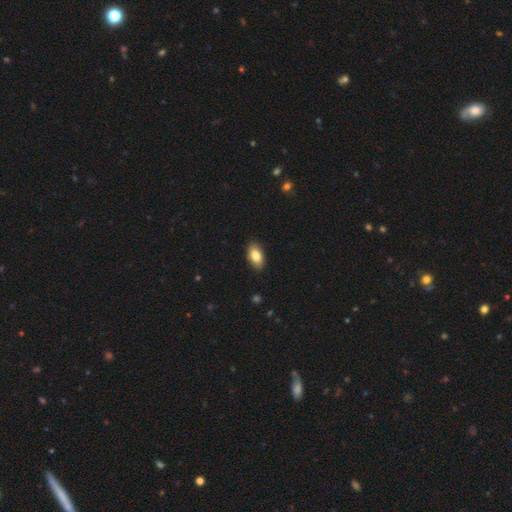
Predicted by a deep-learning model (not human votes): smooth 83%, featured or disk 10%, star or artifact 7%. Down the decision tree: how rounded — in between (93%); merging — none (89%).